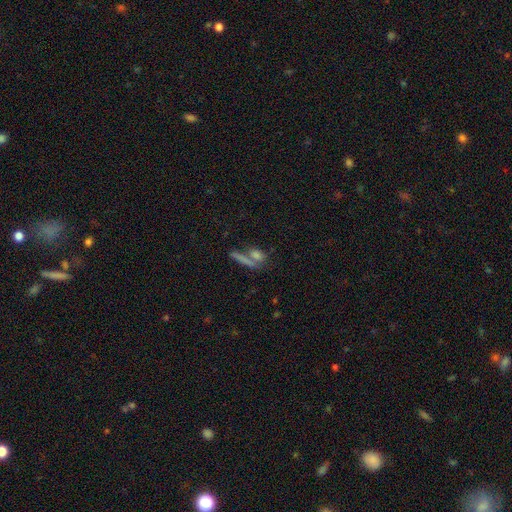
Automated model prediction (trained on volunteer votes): A smooth galaxy with no disk features (62%) that is cigar-shaped (45%).

Vote fractions:
- Smooth or featured? smooth: 62% / featured or disk: 22% / star or artifact: 15%
- How rounded? cigar-shaped: 45% / in between: 36% / round: 20%
- Merging? none: 52% / merger: 33% / minor disturbance: 9% / major disturbance: 6%